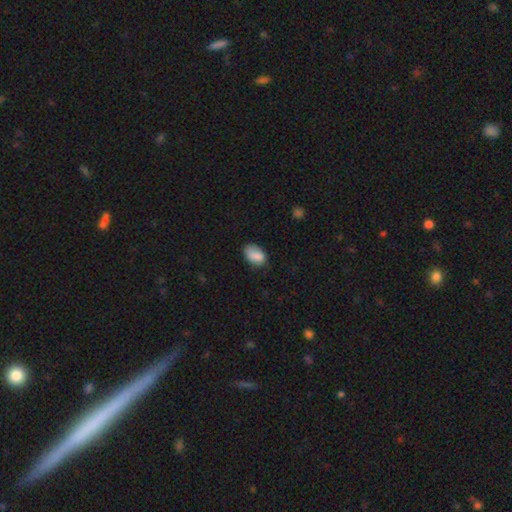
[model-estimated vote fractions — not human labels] This is clearly a smooth galaxy (84%). How rounded: clearly in between (89%). Merging: likely none (65%).